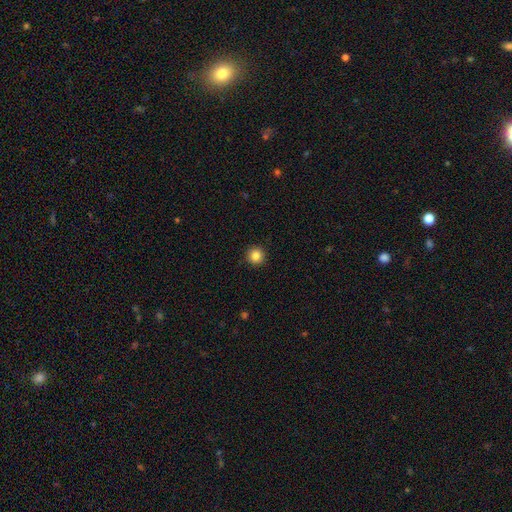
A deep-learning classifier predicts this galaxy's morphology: The model was most divided on "smooth or featured": smooth: 85%, star or artifact: 11%, featured or disk: 5%. More confident: how rounded — round (95%); merging — none (93%).